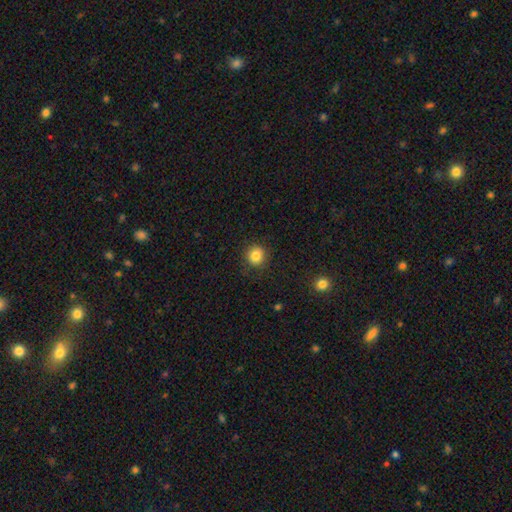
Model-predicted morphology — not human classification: This is clearly a smooth galaxy (84%). How rounded: clearly round (90%). Merging: clearly none (89%).